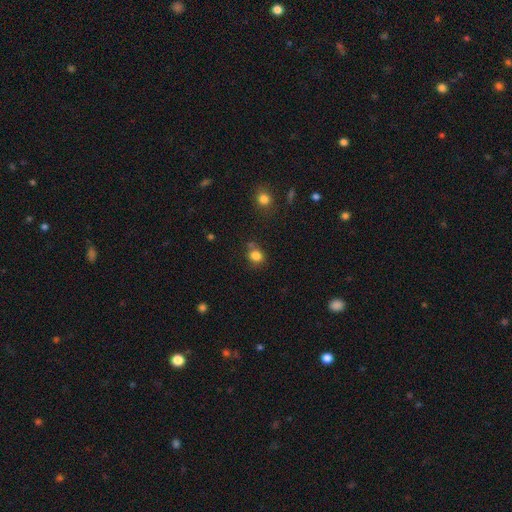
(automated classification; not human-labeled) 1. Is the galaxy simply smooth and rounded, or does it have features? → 82% smooth, 12% star or artifact, 6% featured or disk.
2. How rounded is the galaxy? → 69% round, 30% in between, 1% cigar-shaped.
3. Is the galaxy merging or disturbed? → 66% none, 19% minor disturbance, 9% merger, 6% major disturbance.